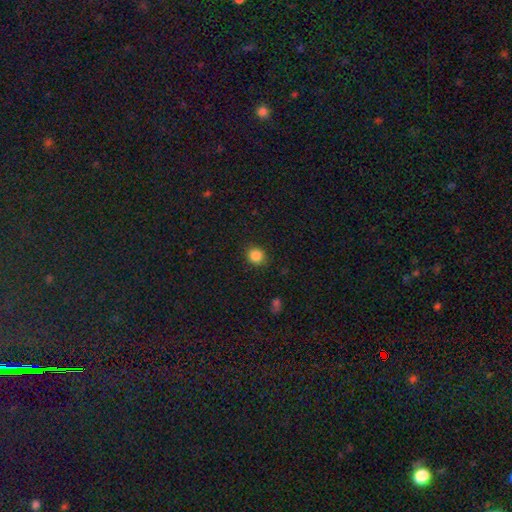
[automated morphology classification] smooth-or-featured: smooth: 86% | star or artifact: 11% | featured or disk: 3%
  how-rounded: round: 83% | in between: 16% | cigar-shaped: 1%
  merging: none: 88% | minor disturbance: 9% | major disturbance: 3% | merger: 1%